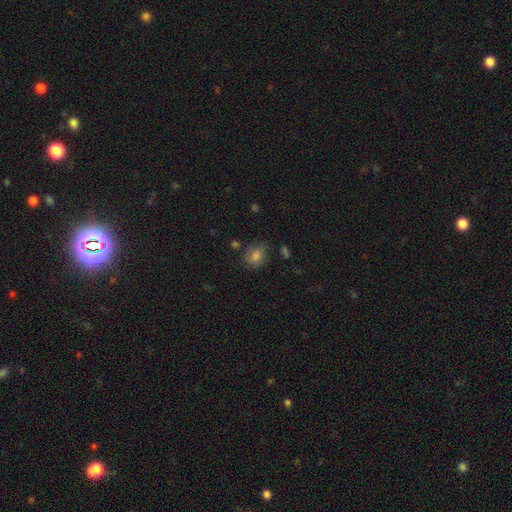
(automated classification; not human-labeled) A smooth galaxy with no disk features (76%) that is round (51%). Merging: none (72%).